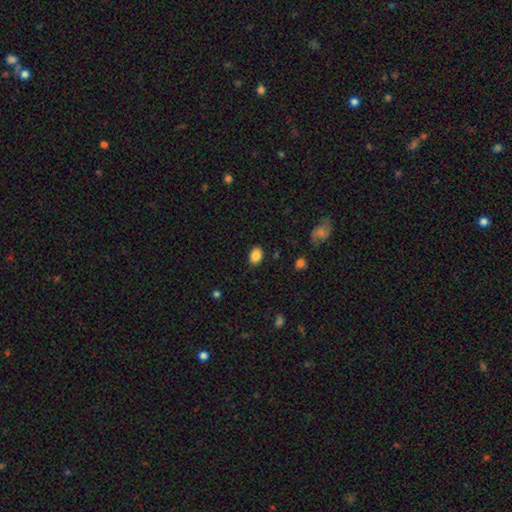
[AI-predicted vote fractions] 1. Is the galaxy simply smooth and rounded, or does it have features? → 86% smooth, 9% star or artifact, 6% featured or disk.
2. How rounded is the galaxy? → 77% in between, 22% round, 1% cigar-shaped.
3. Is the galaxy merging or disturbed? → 85% none, 11% minor disturbance, 3% major disturbance, 1% merger.